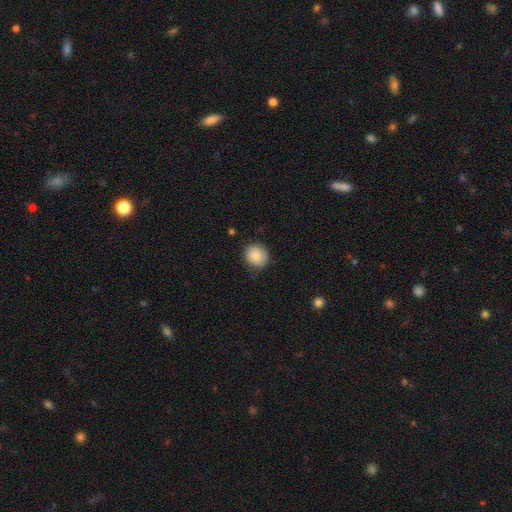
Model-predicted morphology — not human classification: This appears to be a smooth galaxy with no disk features (87%) that is round (87%). Merging: none (83%).